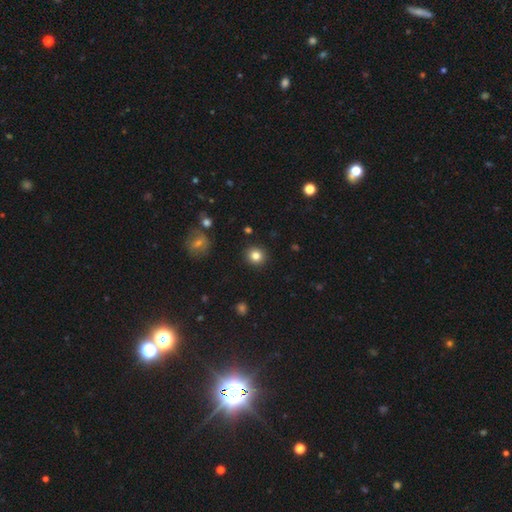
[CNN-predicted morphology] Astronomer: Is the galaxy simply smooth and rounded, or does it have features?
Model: smooth — 82%.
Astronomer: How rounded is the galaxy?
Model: round — 90%.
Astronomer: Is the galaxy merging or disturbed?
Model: none — 92%.